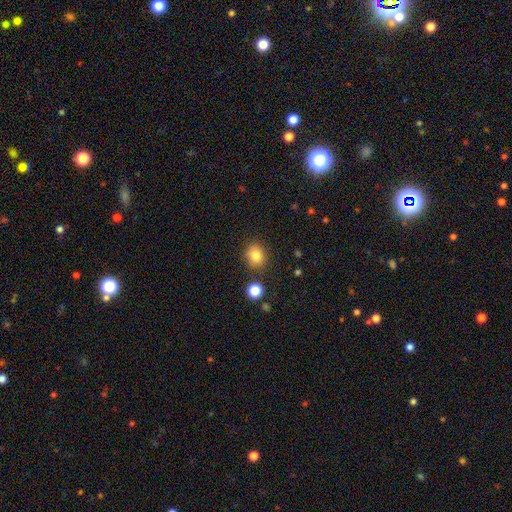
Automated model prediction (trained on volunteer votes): Smooth or featured? Predicted: smooth (p=0.82). How rounded? Predicted: round (p=0.68). Merging? Predicted: none (p=0.83).